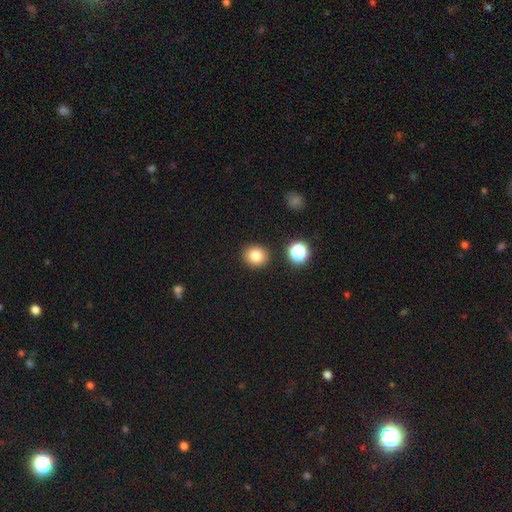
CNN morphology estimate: type=smooth (80%); roundness=round (85%); merging=none (89%).